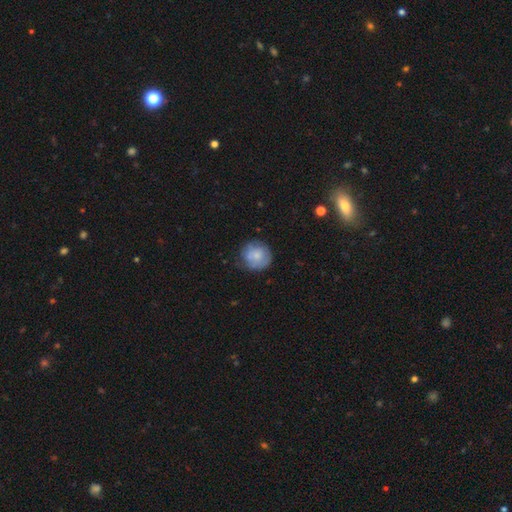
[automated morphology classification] A smooth galaxy with no disk features (68%) that is round (89%).

Vote fractions:
- Smooth or featured? smooth: 68% / featured or disk: 25% / star or artifact: 7%
- How rounded? round: 89% / in between: 10% / cigar-shaped: 1%
- Merging? none: 67% / minor disturbance: 23% / major disturbance: 7% / merger: 3%